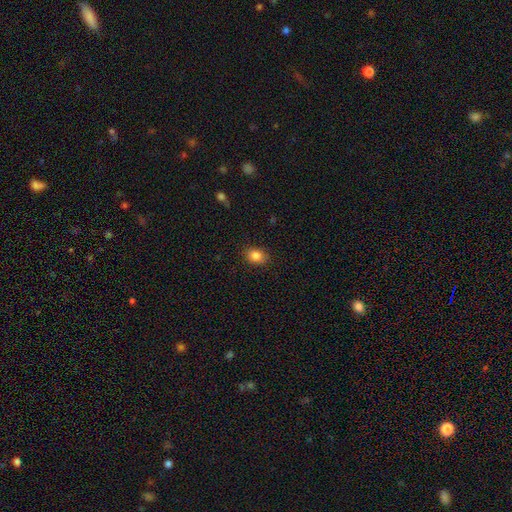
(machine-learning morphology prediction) A smooth galaxy with no disk features (85%) that is in between round and cigar-shaped (66%).

Vote fractions:
- Smooth or featured? smooth: 85% / star or artifact: 9% / featured or disk: 6%
- How rounded? in between: 66% / round: 33% / cigar-shaped: 1%
- Merging? none: 86% / minor disturbance: 11% / major disturbance: 2% / merger: 1%